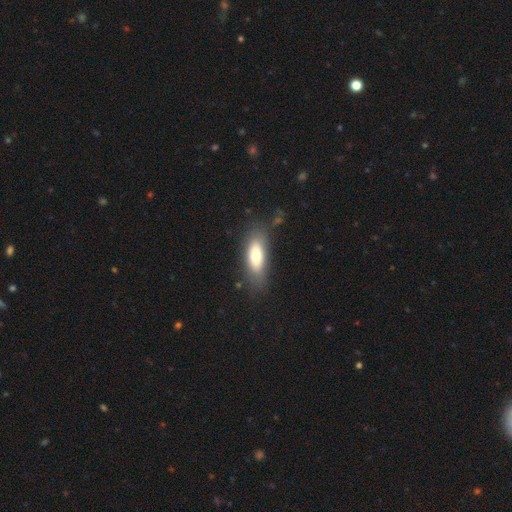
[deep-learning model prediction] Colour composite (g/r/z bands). It shows a smooth galaxy with no disk features (71%) that is in between round and cigar-shaped (69%). Merging: none (76%).